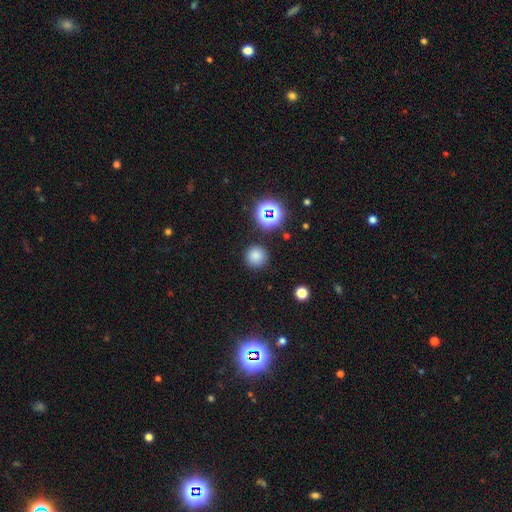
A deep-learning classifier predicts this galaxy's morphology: Q: Smooth or featured?
A: smooth (77%); runner-up: star or artifact (18%)
Q: How rounded?
A: round (95%); runner-up: in between (4%)
Q: Merging?
A: none (88%); runner-up: minor disturbance (7%)